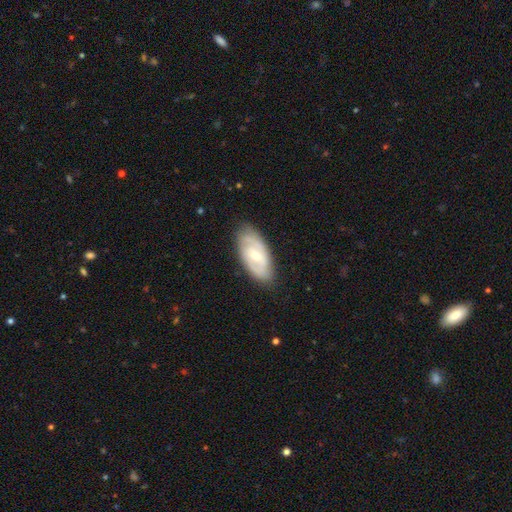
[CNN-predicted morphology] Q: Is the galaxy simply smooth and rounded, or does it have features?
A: featured or disk — 71%.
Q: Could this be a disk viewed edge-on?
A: no — 92%.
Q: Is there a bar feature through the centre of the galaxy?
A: weak — 49%.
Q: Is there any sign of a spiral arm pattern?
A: yes — 80%.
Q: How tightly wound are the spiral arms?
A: tight — 52%.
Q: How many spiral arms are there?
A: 2 — 61%.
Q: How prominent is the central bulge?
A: moderate — 54%.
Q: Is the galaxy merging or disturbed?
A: none — 81%.